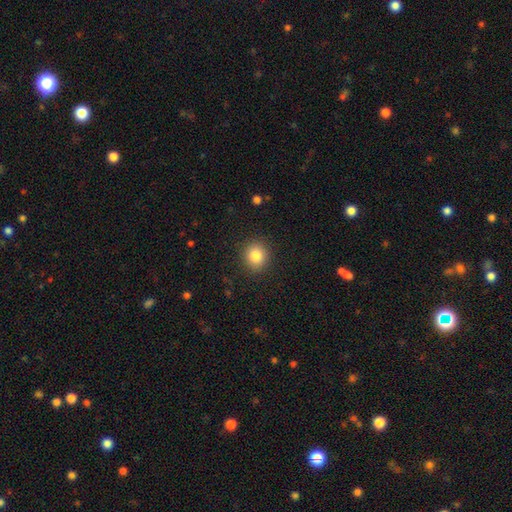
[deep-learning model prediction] The model was most divided on "how rounded": round: 85%, in between: 14%, cigar-shaped: 1%. More confident: merging — none (90%); smooth or featured — smooth (83%).